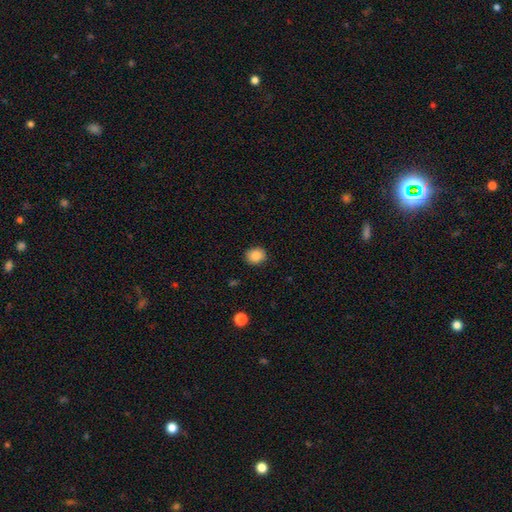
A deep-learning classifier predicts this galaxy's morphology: A smooth galaxy with no disk features (87%) that is round (70%). Merging: none (87%).